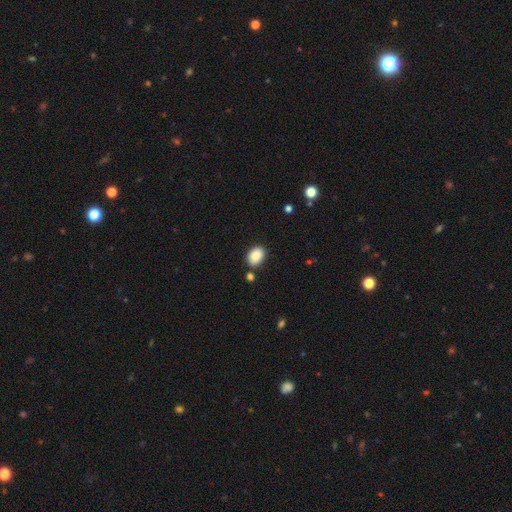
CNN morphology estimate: Smooth or featured? Predicted: smooth (p=0.88). How rounded? Predicted: in between (p=0.80). Merging? Predicted: none (p=0.82).